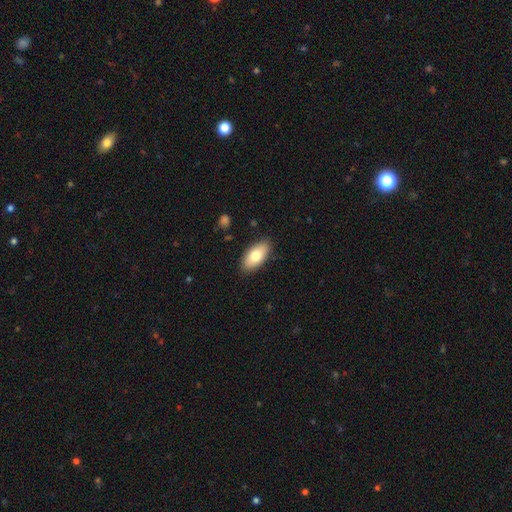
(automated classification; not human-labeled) Smooth or featured?
  - smooth: 75% *
  - featured or disk: 18%
  - star or artifact: 6%
How rounded?
  - in between: 92% *
  - cigar-shaped: 6%
  - round: 3%
Merging?
  - none: 87% *
  - minor disturbance: 10%
  - major disturbance: 2%
  - merger: 1%